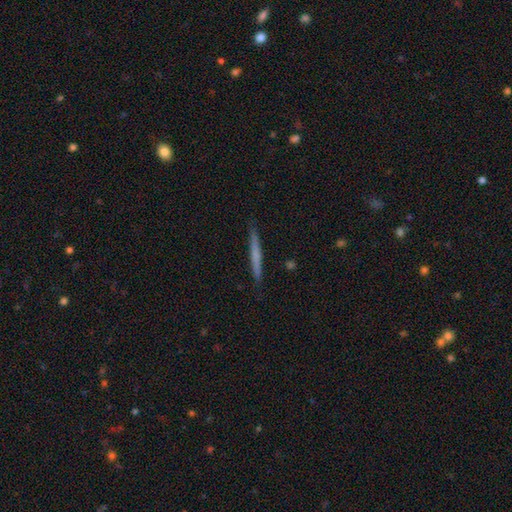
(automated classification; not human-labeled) Smooth or featured? smooth (53%)
How rounded? cigar-shaped (97%)
Merging? none (90%)